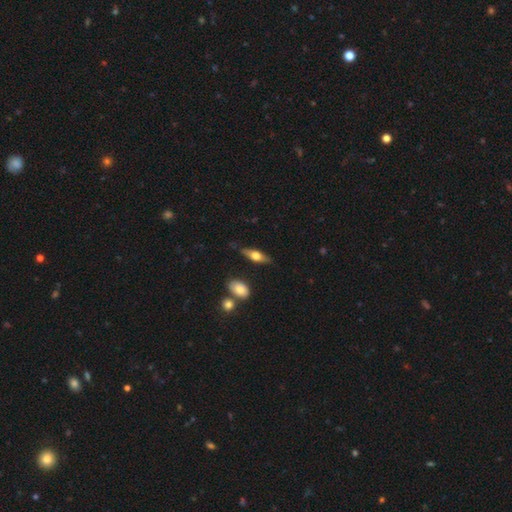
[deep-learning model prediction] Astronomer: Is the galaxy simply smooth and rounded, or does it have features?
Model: featured or disk — 48% (runner-up: smooth, 45%).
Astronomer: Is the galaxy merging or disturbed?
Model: none — 80%.